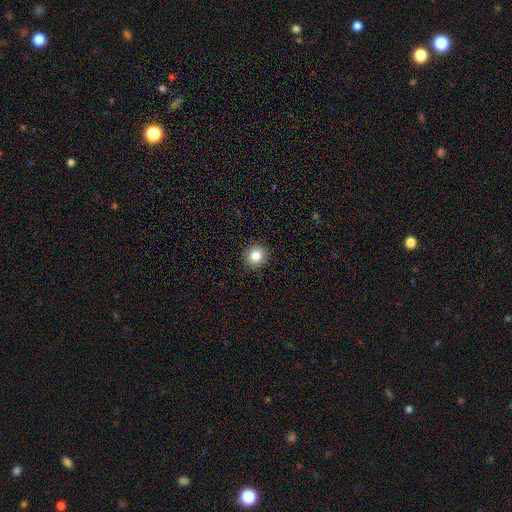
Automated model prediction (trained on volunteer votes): smooth-or-featured: smooth: 81% | star or artifact: 11% | featured or disk: 8%
  how-rounded: round: 91% | in between: 8% | cigar-shaped: 1%
  merging: none: 92% | minor disturbance: 5% | major disturbance: 2% | merger: 1%